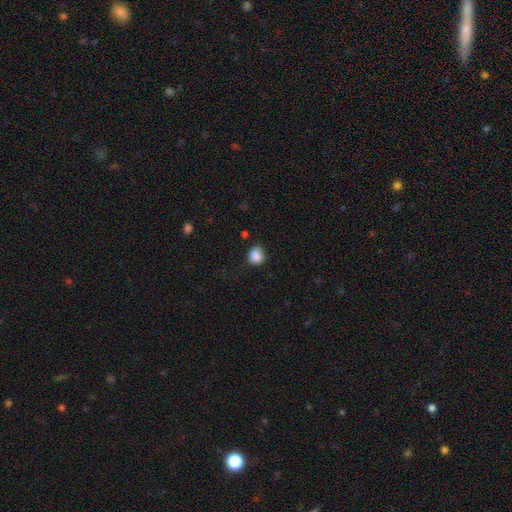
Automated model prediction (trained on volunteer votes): Overall: smooth (86%). How rounded: round (71%). Merging: none (66%).